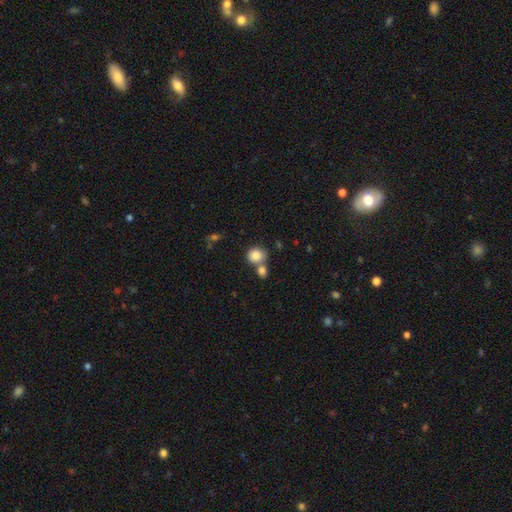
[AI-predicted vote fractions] A smooth galaxy with no disk features (85%) that is round (75%).

Vote fractions:
- Smooth or featured? smooth: 85% / star or artifact: 9% / featured or disk: 6%
- How rounded? round: 75% / in between: 24% / cigar-shaped: 1%
- Merging? none: 48% / merger: 38% / minor disturbance: 10% / major disturbance: 4%